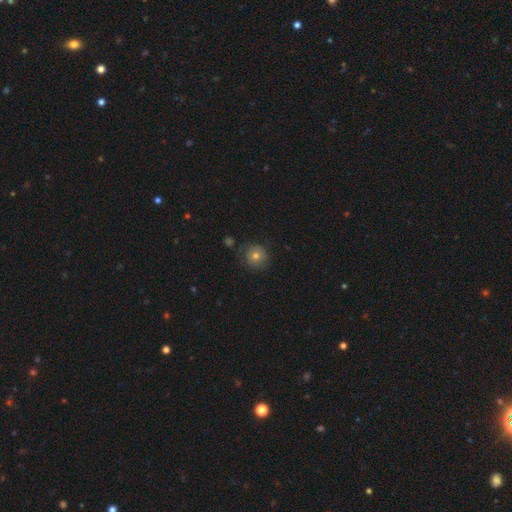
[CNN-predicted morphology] The model was most divided on "smooth or featured": smooth: 68%, featured or disk: 19%, star or artifact: 13%. More confident: how rounded — round (92%); merging — none (80%).